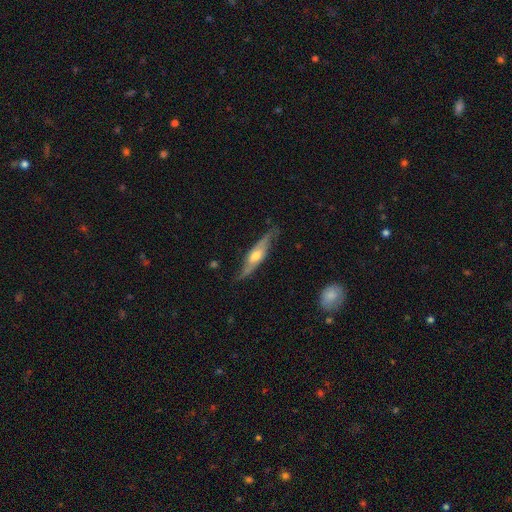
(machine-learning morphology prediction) type=featured or disk (68%); edge-on=yes (62%); merging=none (71%).